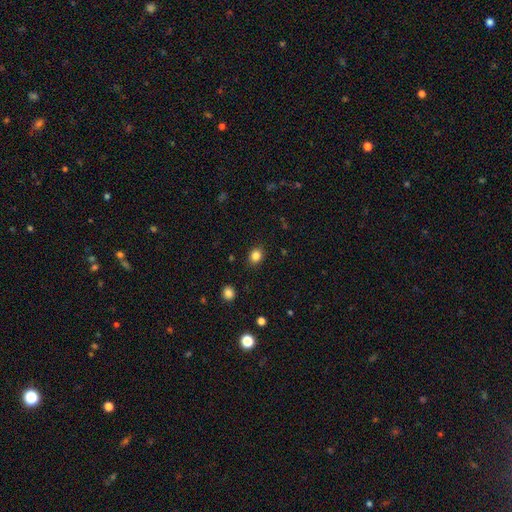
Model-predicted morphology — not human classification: type=smooth (84%); roundness=round (61%); merging=none (88%).